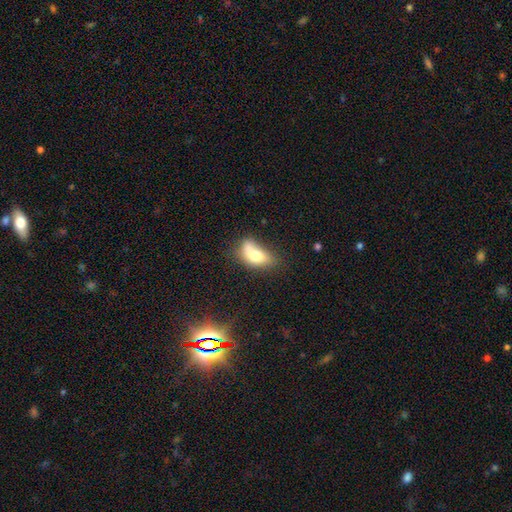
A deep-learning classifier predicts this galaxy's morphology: A smooth galaxy with no disk features (69%) that is in between round and cigar-shaped (84%). Merging: none (34%).